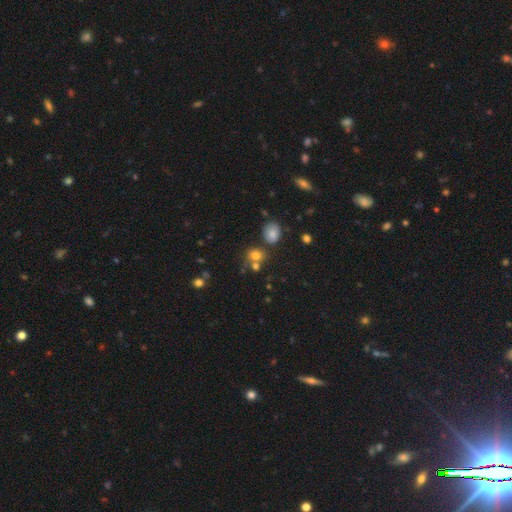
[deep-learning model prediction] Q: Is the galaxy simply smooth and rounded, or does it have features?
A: smooth — 74%.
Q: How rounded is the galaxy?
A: round — 68%.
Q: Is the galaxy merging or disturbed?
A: none — 54%.